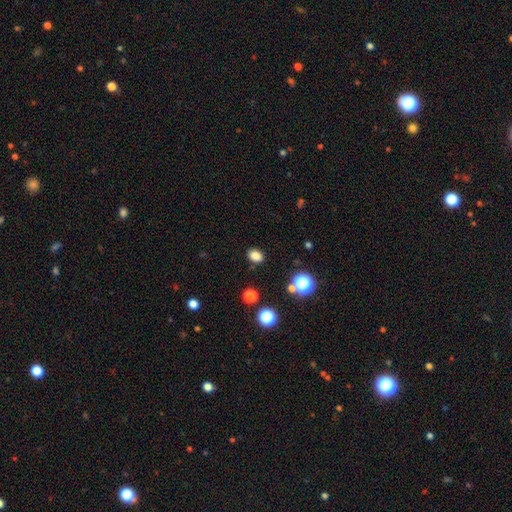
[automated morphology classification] A smooth galaxy with no disk features (82%) that is in between round and cigar-shaped (66%). Merging: none (87%).